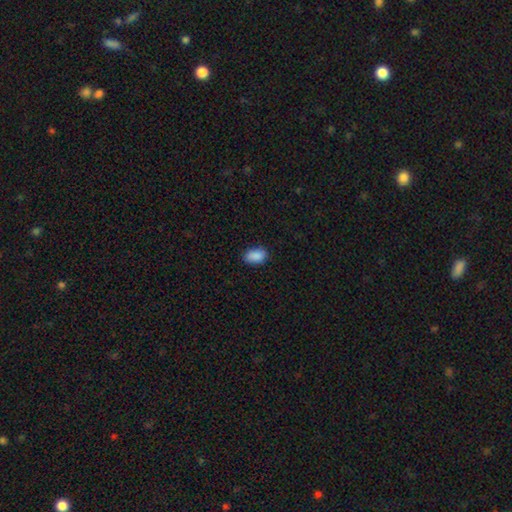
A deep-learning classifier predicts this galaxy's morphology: A smooth galaxy with no disk features (89%) that is in between round and cigar-shaped (90%).

Vote fractions:
- Smooth or featured? smooth: 89% / star or artifact: 8% / featured or disk: 3%
- How rounded? in between: 90% / round: 9% / cigar-shaped: 2%
- Merging? none: 81% / minor disturbance: 15% / major disturbance: 3% / merger: 1%